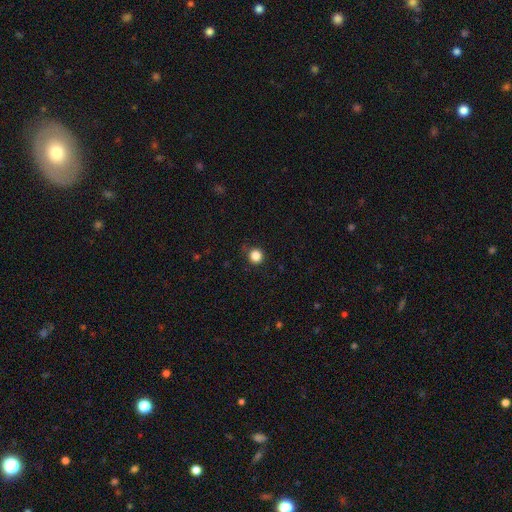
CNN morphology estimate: This appears to be a smooth galaxy with no disk features (85%) that is round (94%). Merging: none (85%).